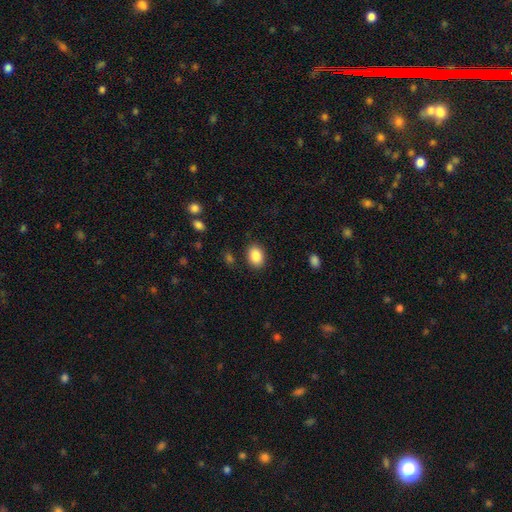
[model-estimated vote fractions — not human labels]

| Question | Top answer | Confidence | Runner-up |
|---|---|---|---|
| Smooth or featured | smooth | 88% | star or artifact (8%) |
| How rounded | in between | 73% | round (26%) |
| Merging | none | 86% | minor disturbance (9%) |